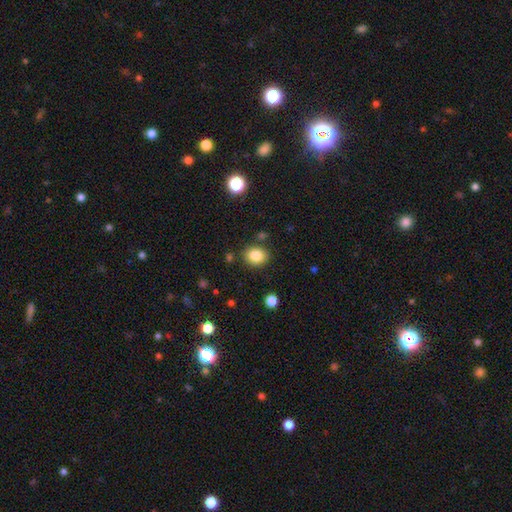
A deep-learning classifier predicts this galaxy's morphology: smooth 85%, star or artifact 10%, featured or disk 5%. Down the decision tree: how rounded — round (57%); merging — none (84%).